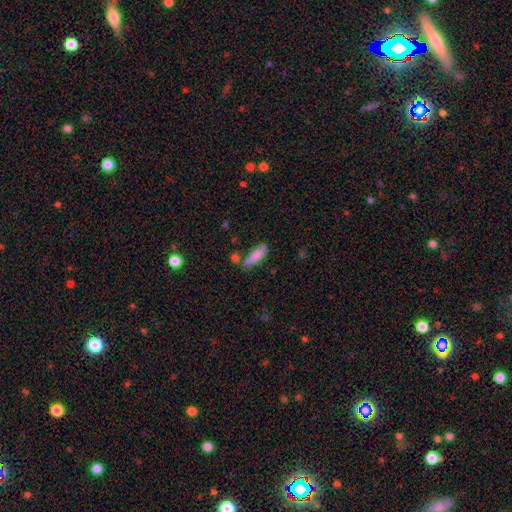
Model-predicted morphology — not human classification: Q: Smooth or featured?
A: smooth (81%); runner-up: featured or disk (12%)
Q: How rounded?
A: cigar-shaped (51%); runner-up: in between (47%)
Q: Merging?
A: none (64%); runner-up: minor disturbance (19%)